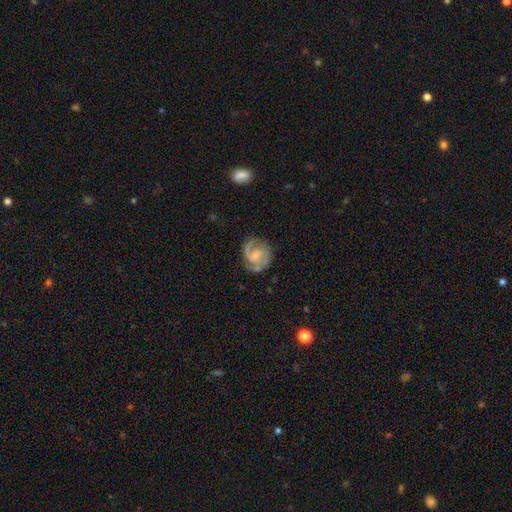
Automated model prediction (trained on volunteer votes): Smooth or featured? featured or disk (79%)
Edge-on disk? no (98%)
Bar? no (52%)
Spiral arms? yes (94%)
Spiral winding? medium (50%)
Spiral arm count? 2 (79%)
Bulge size? small (59%)
Merging? none (70%)